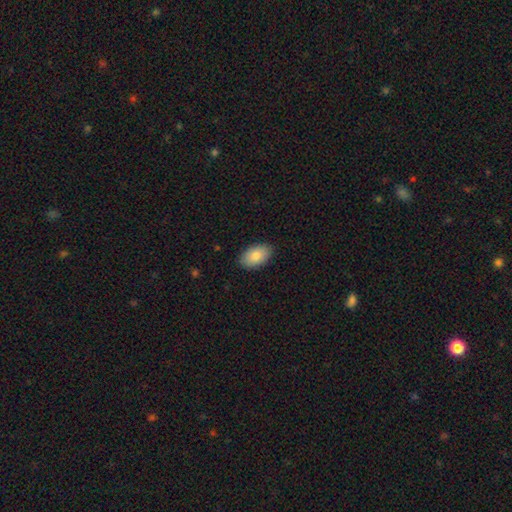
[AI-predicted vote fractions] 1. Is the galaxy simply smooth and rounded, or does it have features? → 83% smooth, 11% featured or disk, 6% star or artifact.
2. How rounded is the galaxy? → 93% in between, 6% round, 1% cigar-shaped.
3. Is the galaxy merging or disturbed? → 88% none, 9% minor disturbance, 2% major disturbance, 1% merger.